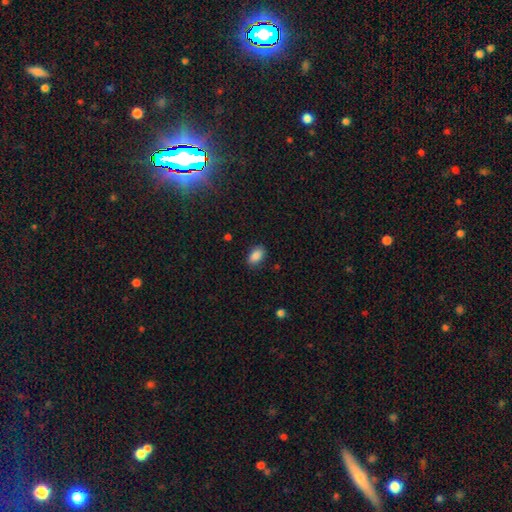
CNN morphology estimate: Smooth or featured? Predicted: smooth (p=0.88). How rounded? Predicted: in between (p=0.90). Merging? Predicted: none (p=0.85).